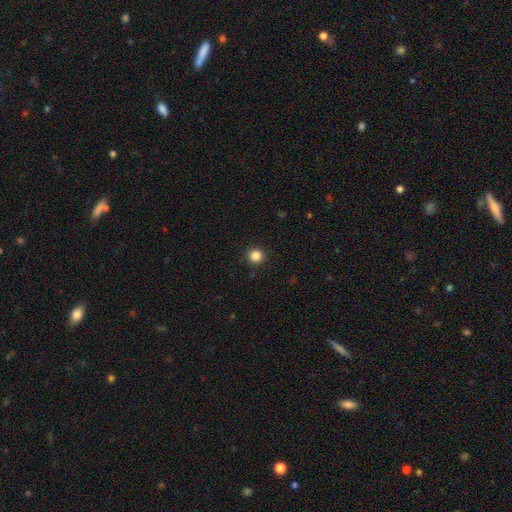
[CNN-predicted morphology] smooth-or-featured: smooth: 85% | star or artifact: 11% | featured or disk: 3%
  how-rounded: round: 94% | in between: 5% | cigar-shaped: 1%
  merging: none: 93% | minor disturbance: 5% | major disturbance: 2% | merger: 1%